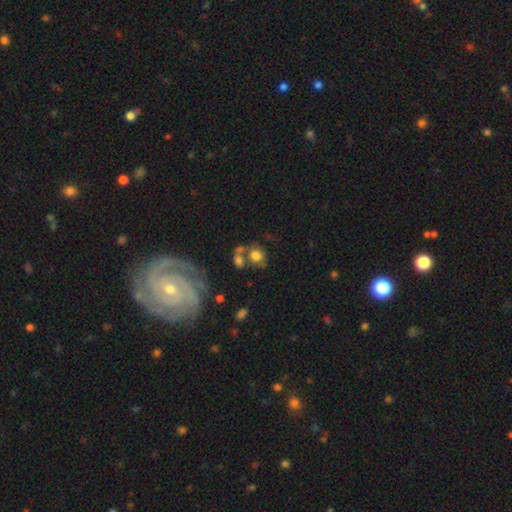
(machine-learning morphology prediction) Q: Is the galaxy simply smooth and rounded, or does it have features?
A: smooth — 70%.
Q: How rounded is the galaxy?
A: round — 76%.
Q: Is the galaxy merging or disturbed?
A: none — 45%.